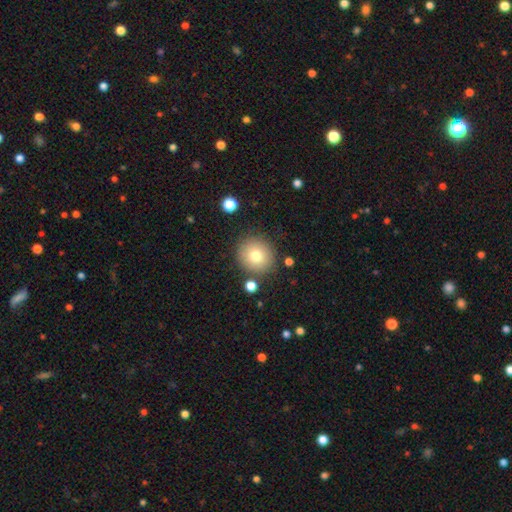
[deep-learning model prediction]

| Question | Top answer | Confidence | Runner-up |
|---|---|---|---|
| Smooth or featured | smooth | 77% | featured or disk (12%) |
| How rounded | round | 90% | in between (9%) |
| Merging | none | 84% | minor disturbance (9%) |